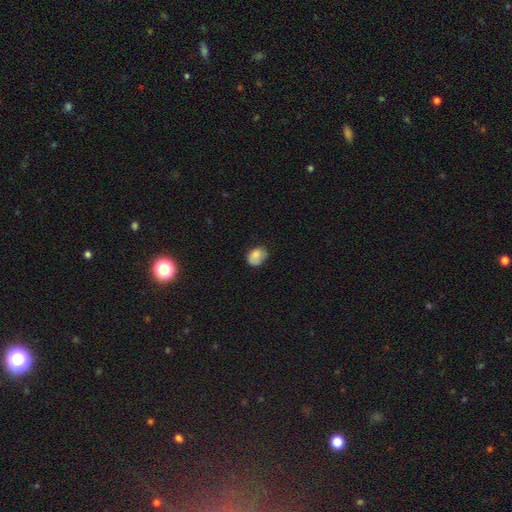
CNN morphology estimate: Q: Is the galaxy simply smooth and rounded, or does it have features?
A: smooth — 82%.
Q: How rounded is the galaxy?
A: in between — 62%.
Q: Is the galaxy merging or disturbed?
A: none — 63%.